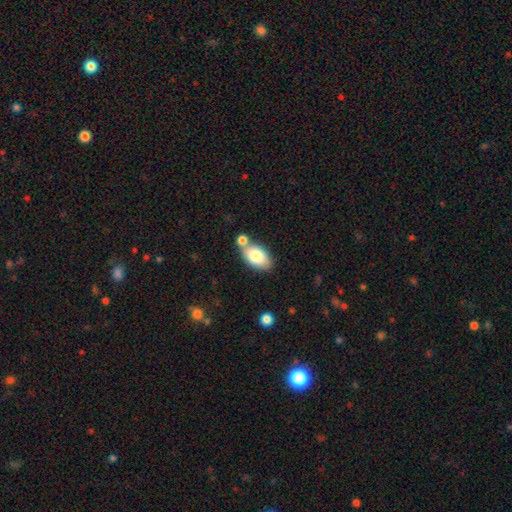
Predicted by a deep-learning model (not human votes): Q: Smooth or featured?
A: smooth (81%); runner-up: featured or disk (13%)
Q: How rounded?
A: in between (92%); runner-up: round (6%)
Q: Merging?
A: none (52%); runner-up: merger (30%)